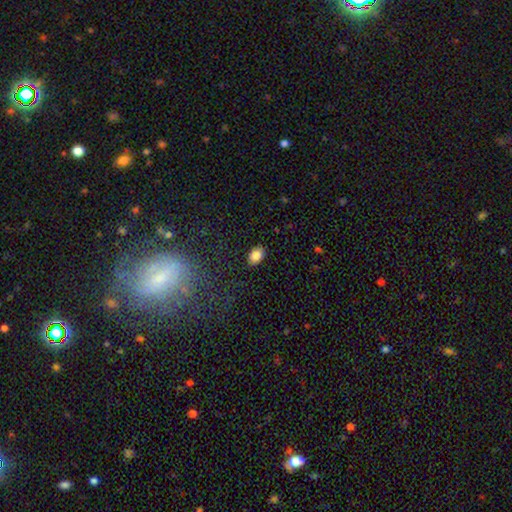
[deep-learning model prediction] This is clearly a smooth galaxy (85%). How rounded: likely in between (80%). Merging: clearly none (87%).